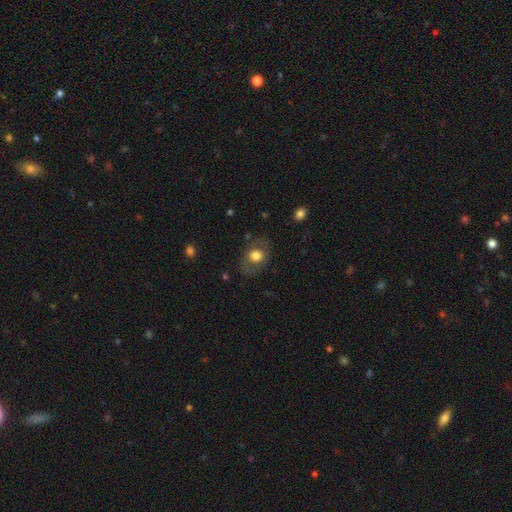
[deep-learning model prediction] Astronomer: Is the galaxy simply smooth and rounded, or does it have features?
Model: smooth — 66%.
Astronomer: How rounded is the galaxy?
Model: in between — 50% (runner-up: round, 49%).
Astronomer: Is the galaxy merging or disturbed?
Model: none — 75%.